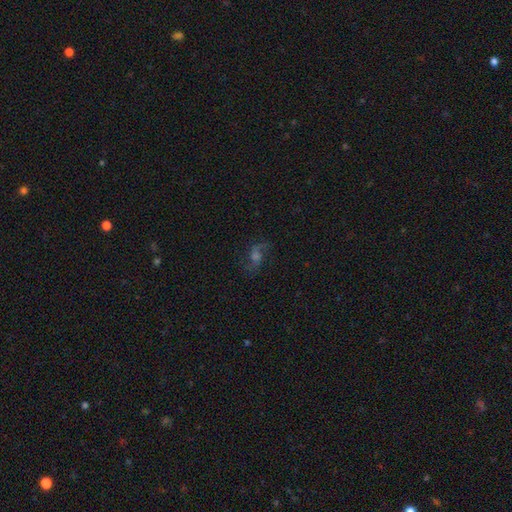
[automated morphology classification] This is likely a featured or disk galaxy (66%). It is clearly not viewed edge-on (95%). Bar: possibly no (50%). Spiral arm pattern: clearly yes (93%). Spiral arm count: clearly 2 (90%). Spiral winding: likely loose (63%). Central bulge: marginally moderate (43%). Merging: likely none (75%).